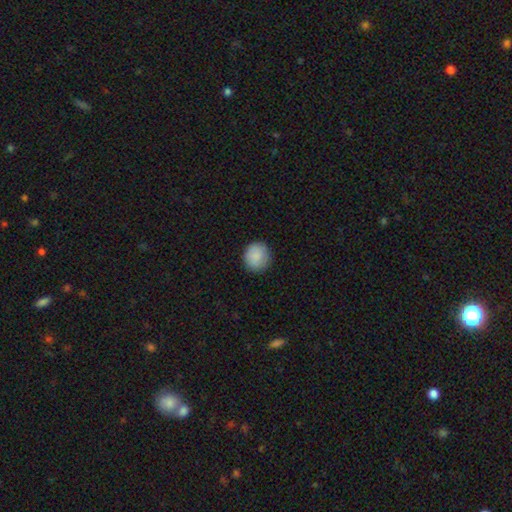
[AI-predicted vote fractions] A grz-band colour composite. It shows a smooth galaxy with no disk features (88%) that is round (88%). Merging: none (87%).